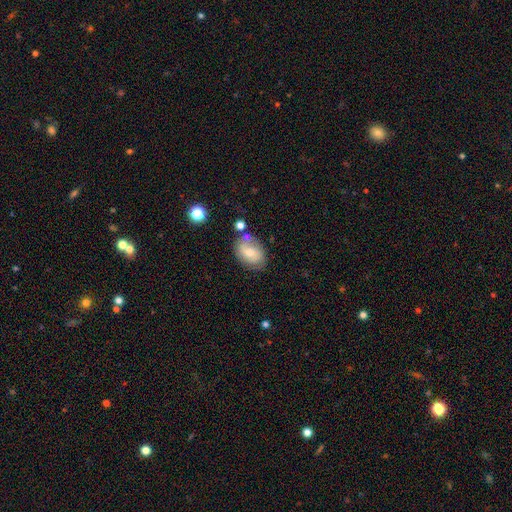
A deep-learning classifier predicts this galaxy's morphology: A smooth galaxy with no disk features (52%) that is in between round and cigar-shaped (71%).

Vote fractions:
- Smooth or featured? smooth: 52% / featured or disk: 39% / star or artifact: 9%
- How rounded? in between: 71% / round: 28% / cigar-shaped: 1%
- Merging? none: 63% / minor disturbance: 21% / merger: 10% / major disturbance: 6%